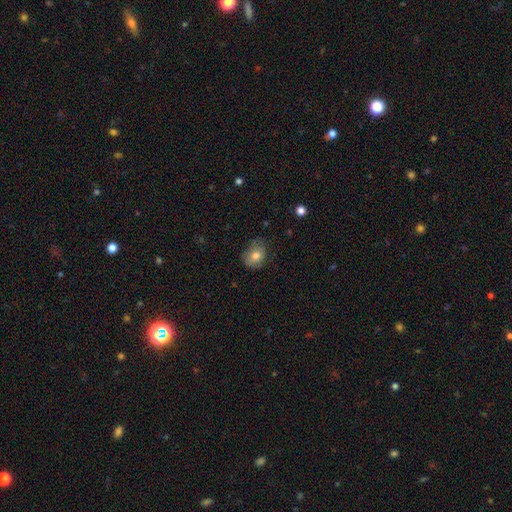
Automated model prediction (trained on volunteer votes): Smooth or featured? Predicted: smooth (p=0.77). How rounded? Predicted: in between (p=0.51). Merging? Predicted: none (p=0.59).